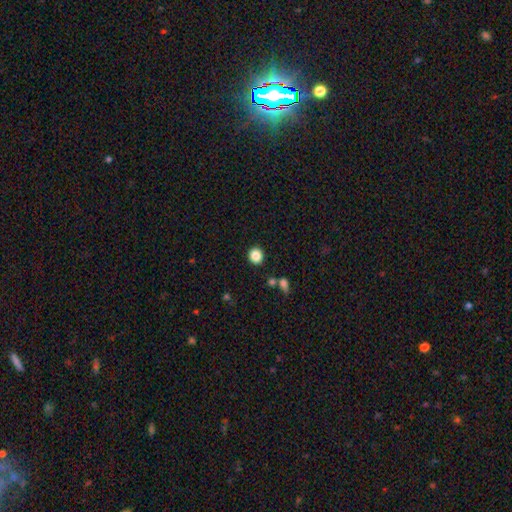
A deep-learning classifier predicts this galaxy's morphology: This appears to be a smooth galaxy with no disk features (87%) that is round (84%). Merging: none (89%).